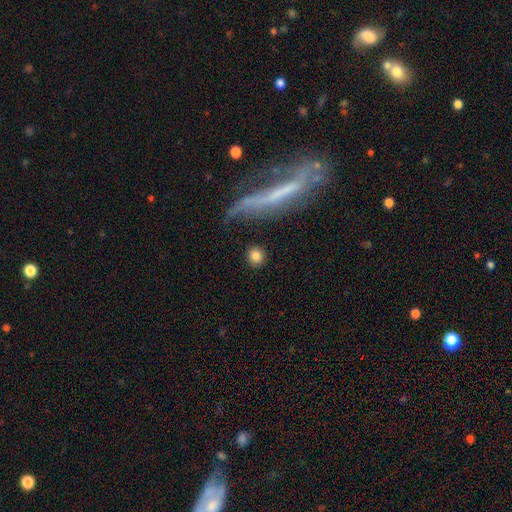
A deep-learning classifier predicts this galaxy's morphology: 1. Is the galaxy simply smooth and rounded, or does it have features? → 83% smooth, 9% star or artifact, 8% featured or disk.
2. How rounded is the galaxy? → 90% round, 8% in between, 3% cigar-shaped.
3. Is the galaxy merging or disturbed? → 87% none, 6% minor disturbance, 3% merger, 3% major disturbance.